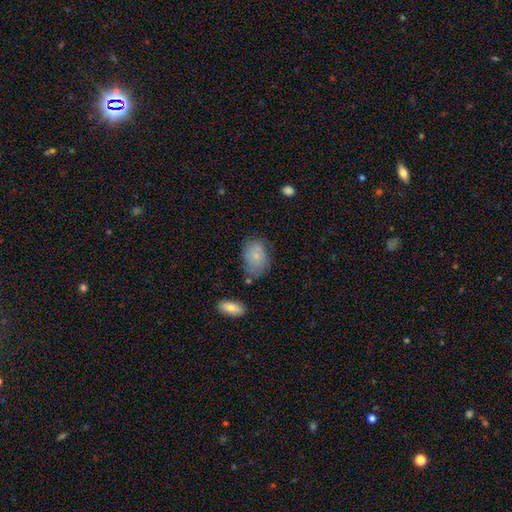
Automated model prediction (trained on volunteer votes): Smooth or featured? smooth (77%)
How rounded? in between (84%)
Merging? none (61%)